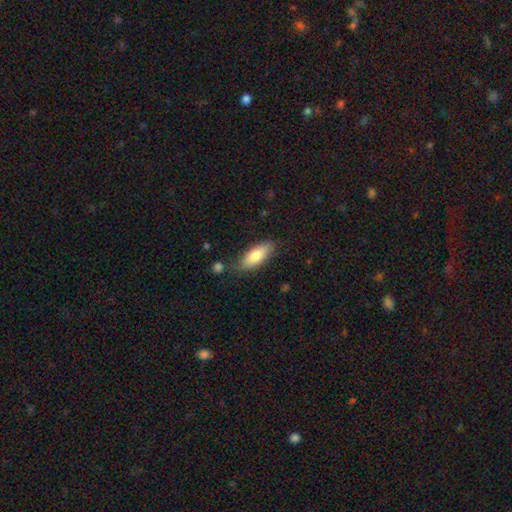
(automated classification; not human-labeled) A smooth galaxy with no disk features (81%) that is in between round and cigar-shaped (72%). Merging: none (78%).